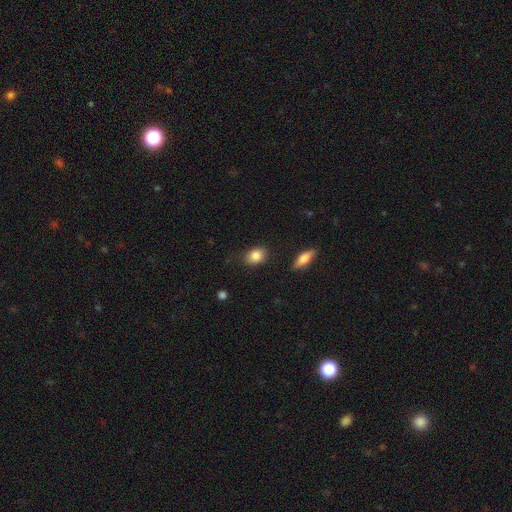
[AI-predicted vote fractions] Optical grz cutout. It shows a smooth galaxy with no disk features (85%) that is in between round and cigar-shaped (61%). Merging: none (79%).